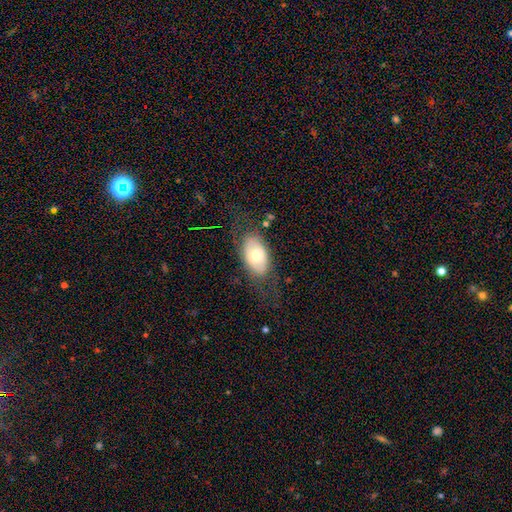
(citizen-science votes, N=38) Smooth or featured?
  - smooth: 74% *
  - featured or disk: 26%
  - star or artifact: 0%
How rounded?
  - in between: 96% *
  - round: 4%
  - cigar-shaped: 0%
Merging?
  - none: 58% *
  - minor disturbance: 21%
  - major disturbance: 21%
  - merger: 0%